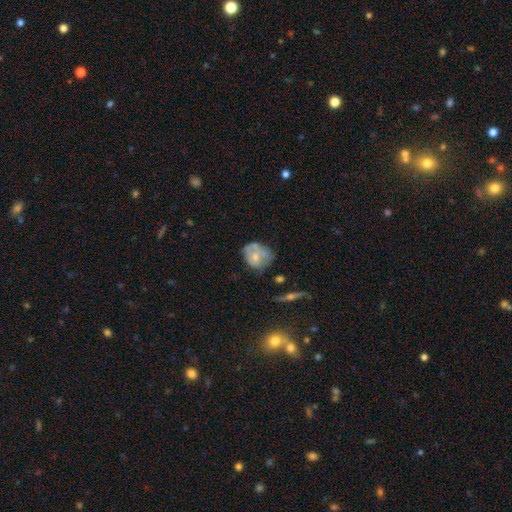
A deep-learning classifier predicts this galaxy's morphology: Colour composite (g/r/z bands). It shows a smooth galaxy with no disk features (54%) that is round (50%). Merging: none (36%).